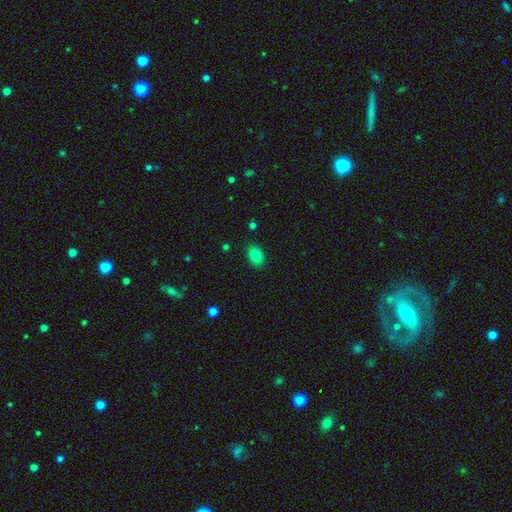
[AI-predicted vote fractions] smooth-or-featured: smooth: 82% | star or artifact: 10% | featured or disk: 9%
  how-rounded: in between: 81% | round: 18% | cigar-shaped: 1%
  merging: none: 87% | minor disturbance: 10% | major disturbance: 2% | merger: 1%